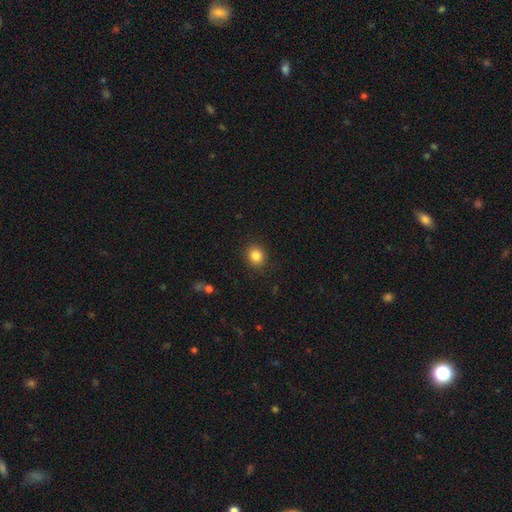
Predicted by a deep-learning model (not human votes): Q: Smooth or featured?
A: smooth (85%); runner-up: star or artifact (10%)
Q: How rounded?
A: round (78%); runner-up: in between (21%)
Q: Merging?
A: none (88%); runner-up: minor disturbance (8%)